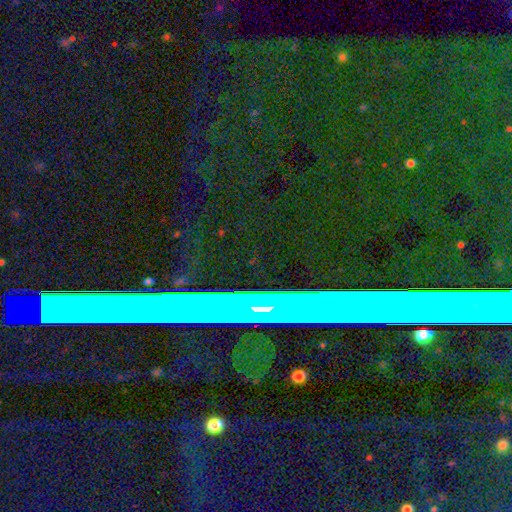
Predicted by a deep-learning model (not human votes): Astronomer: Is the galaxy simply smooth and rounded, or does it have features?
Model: star or artifact — 80%.